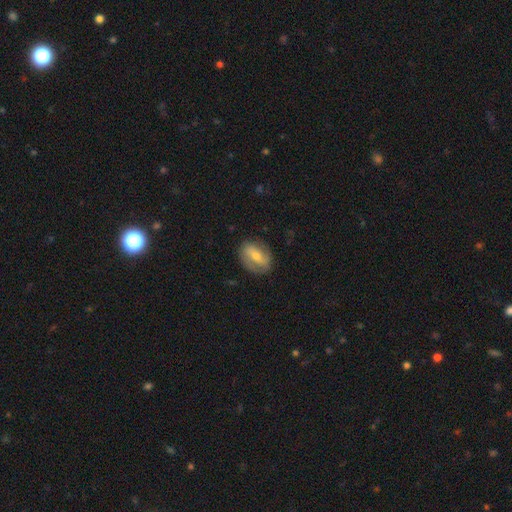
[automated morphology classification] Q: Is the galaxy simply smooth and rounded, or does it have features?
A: featured or disk — 55%.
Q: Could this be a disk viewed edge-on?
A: no — 93%.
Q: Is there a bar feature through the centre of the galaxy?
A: strong — 42%.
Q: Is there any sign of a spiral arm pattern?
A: yes — 66%.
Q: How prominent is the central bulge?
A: moderate — 53%.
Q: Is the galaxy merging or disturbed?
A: none — 80%.